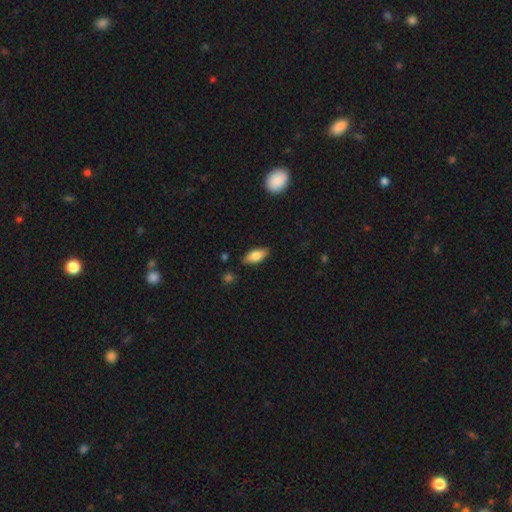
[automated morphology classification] Overall: smooth (79%). How rounded: in between (84%). Merging: none (84%).